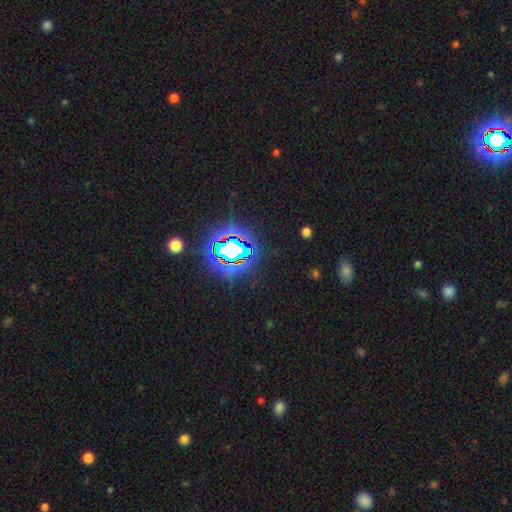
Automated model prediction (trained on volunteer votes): star or artifact 84%, smooth 9%, featured or disk 7%.